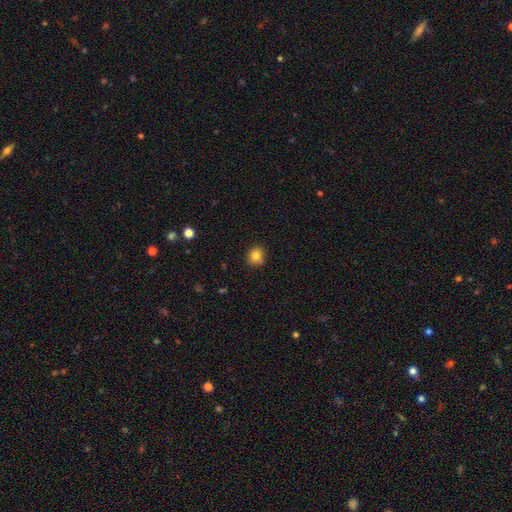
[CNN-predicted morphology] smooth 83%, star or artifact 11%, featured or disk 6%. Down the decision tree: how rounded — round (84%); merging — none (87%).